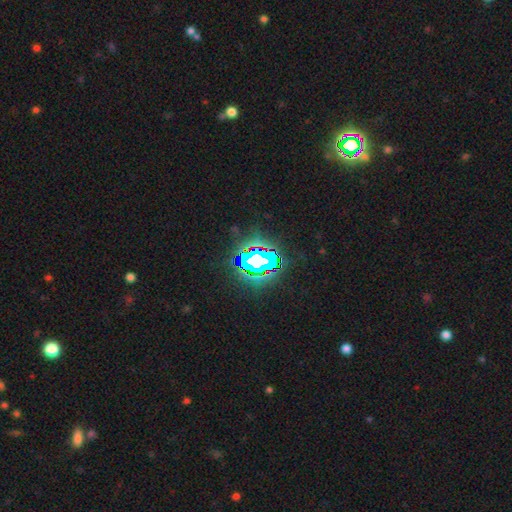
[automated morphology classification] star or artifact 79%, smooth 12%, featured or disk 9%.